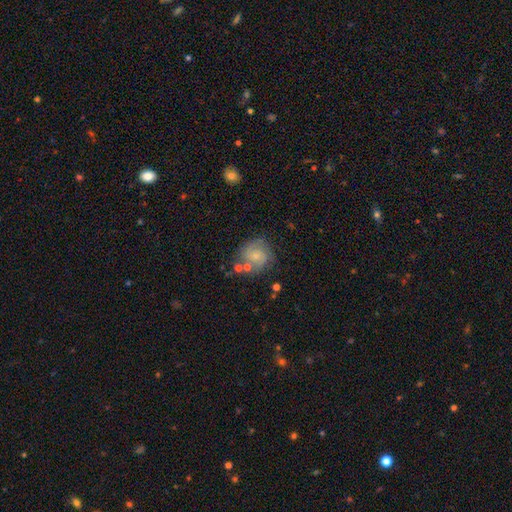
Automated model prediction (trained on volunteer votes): A featured or disk galaxy (48%).

Vote fractions:
- Smooth or featured? featured or disk: 48% / smooth: 43% / star or artifact: 9%
- Merging? none: 65% / minor disturbance: 19% / merger: 9% / major disturbance: 8%